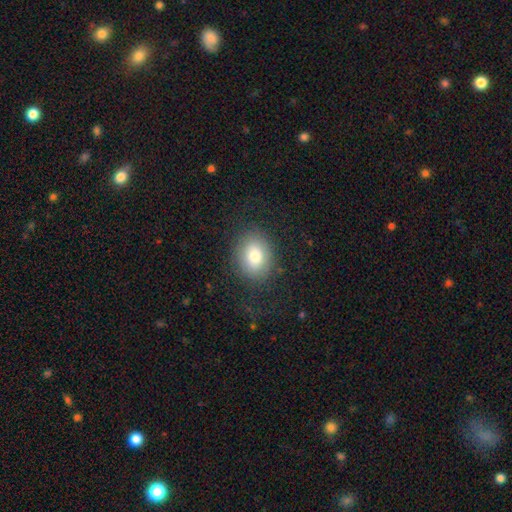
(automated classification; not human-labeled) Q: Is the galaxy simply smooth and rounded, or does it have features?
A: smooth — 77%.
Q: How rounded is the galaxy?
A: in between — 55%.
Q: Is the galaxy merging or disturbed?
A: none — 81%.